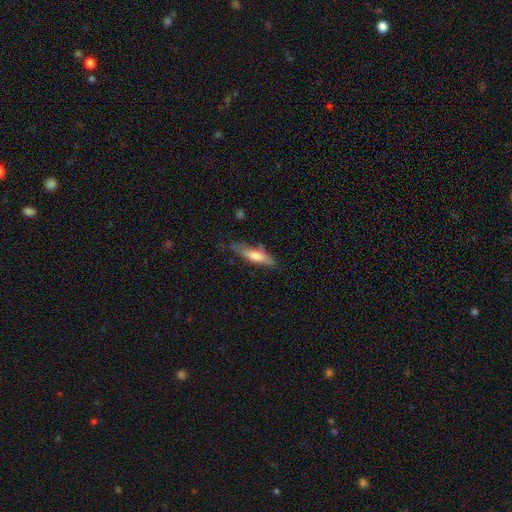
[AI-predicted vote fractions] The model was most divided on "smooth or featured": smooth: 58%, featured or disk: 36%, star or artifact: 6%. More confident: how rounded — cigar-shaped (76%); merging — none (70%).